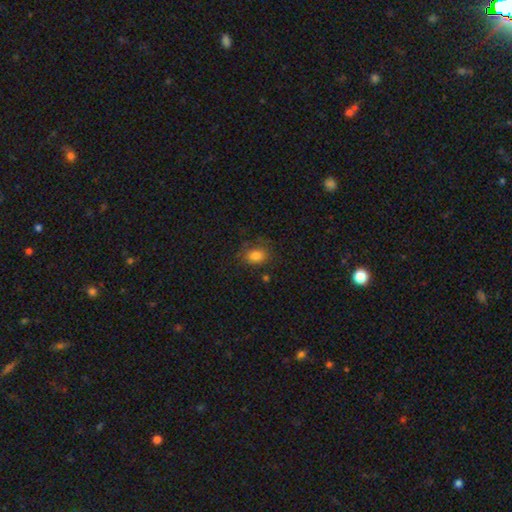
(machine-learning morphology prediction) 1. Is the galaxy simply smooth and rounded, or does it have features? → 81% smooth, 11% star or artifact, 8% featured or disk.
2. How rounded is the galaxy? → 56% in between, 42% round, 1% cigar-shaped.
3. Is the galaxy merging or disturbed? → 72% none, 19% minor disturbance, 7% major disturbance, 3% merger.